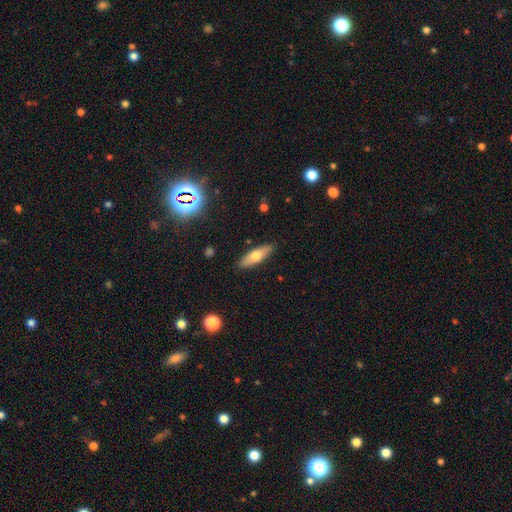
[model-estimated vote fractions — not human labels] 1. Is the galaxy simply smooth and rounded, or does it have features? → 62% smooth, 32% featured or disk, 6% star or artifact.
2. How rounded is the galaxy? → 53% cigar-shaped, 44% in between, 2% round.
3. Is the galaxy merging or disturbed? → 88% none, 9% minor disturbance, 2% major disturbance, 1% merger.